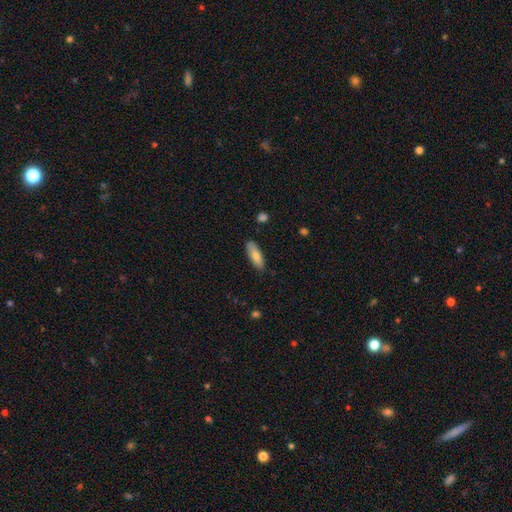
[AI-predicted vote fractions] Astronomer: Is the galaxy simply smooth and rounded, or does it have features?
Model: smooth — 81%.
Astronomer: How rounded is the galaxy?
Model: in between — 56% (runner-up: cigar-shaped, 42%).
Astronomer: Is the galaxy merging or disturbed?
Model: none — 83%.